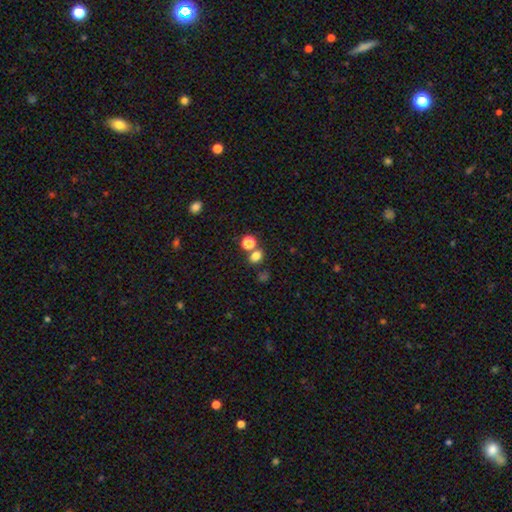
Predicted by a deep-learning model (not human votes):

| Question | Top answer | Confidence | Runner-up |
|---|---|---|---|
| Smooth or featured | smooth | 77% | star or artifact (17%) |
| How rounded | round | 55% | in between (44%) |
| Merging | none | 63% | merger (24%) |